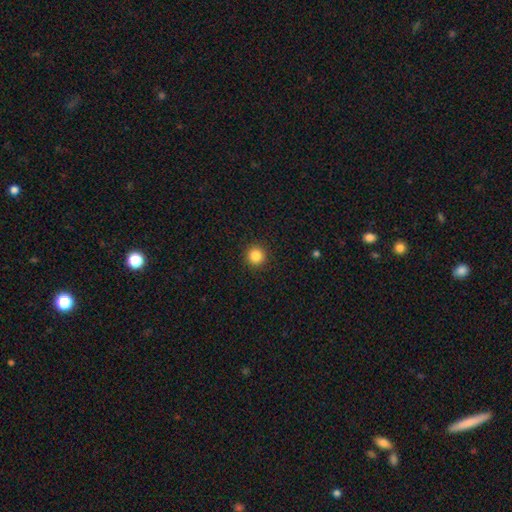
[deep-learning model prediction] A smooth galaxy with no disk features (85%) that is round (96%). Merging: none (92%).